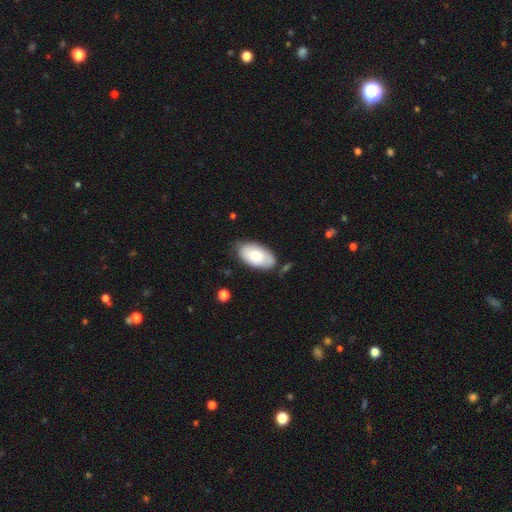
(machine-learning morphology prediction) This is likely a smooth galaxy (72%). How rounded: clearly in between (95%). Merging: likely none (76%).